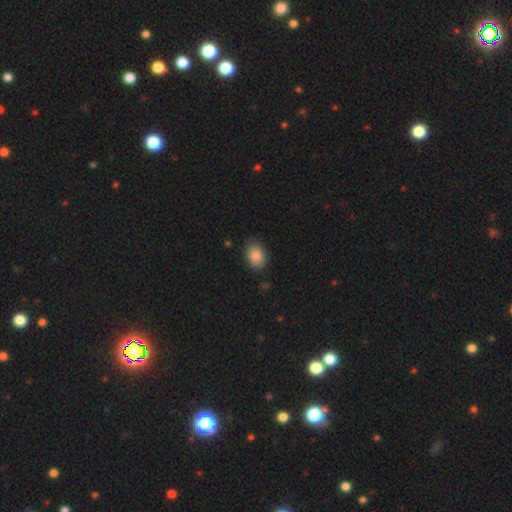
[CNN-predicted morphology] Smooth or featured? smooth (87%)
How rounded? in between (78%)
Merging? none (85%)